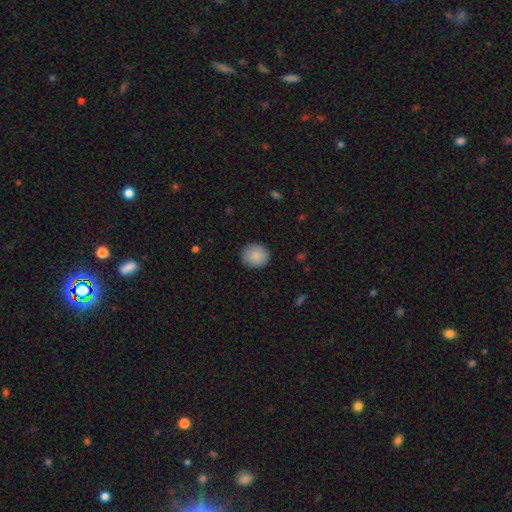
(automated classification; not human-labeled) The model was most divided on "how rounded": round: 84%, in between: 15%, cigar-shaped: 1%. More confident: merging — none (89%); smooth or featured — smooth (88%).